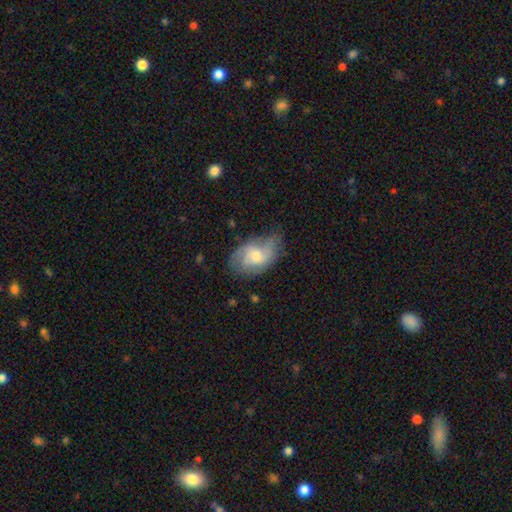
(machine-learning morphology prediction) Q: Smooth or featured?
A: featured or disk (50%); runner-up: smooth (43%)
Q: Merging?
A: none (54%); runner-up: minor disturbance (32%)